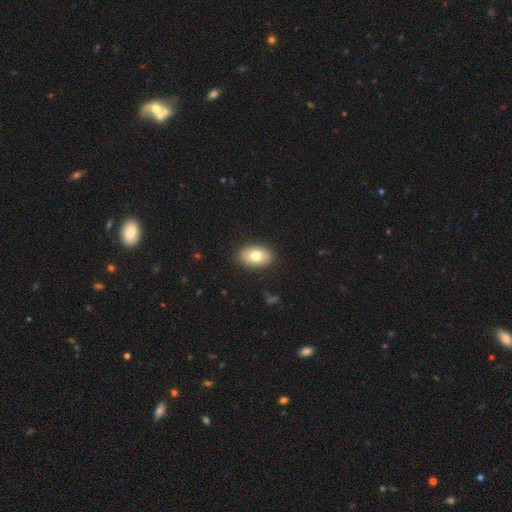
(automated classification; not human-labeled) A smooth galaxy with no disk features (77%) that is in between round and cigar-shaped (85%). Merging: none (88%).